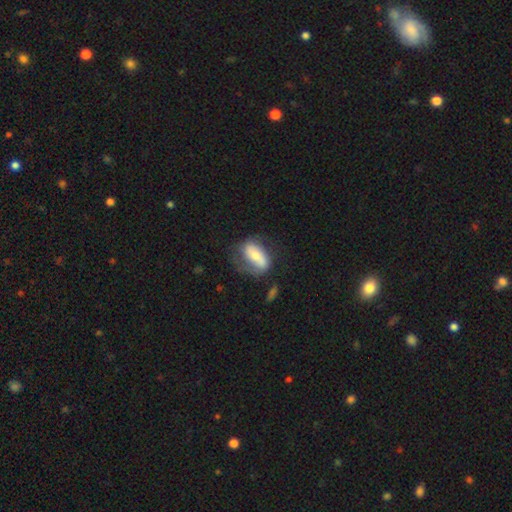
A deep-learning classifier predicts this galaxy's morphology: Q: Smooth or featured?
A: smooth (48%); runner-up: featured or disk (46%)
Q: Merging?
A: none (52%); runner-up: minor disturbance (27%)